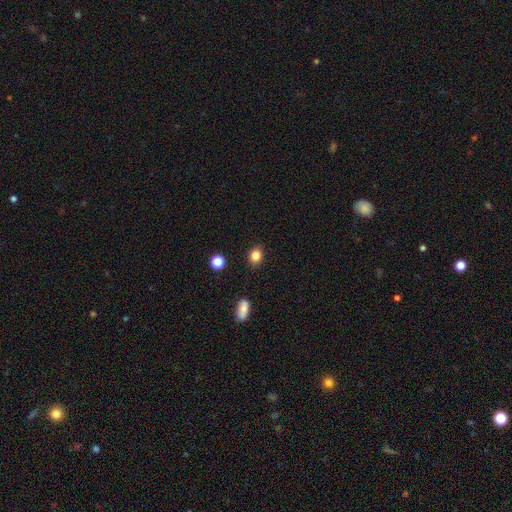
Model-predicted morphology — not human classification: Q: Smooth or featured?
A: smooth (85%); runner-up: star or artifact (11%)
Q: How rounded?
A: round (56%); runner-up: in between (43%)
Q: Merging?
A: none (88%); runner-up: minor disturbance (8%)